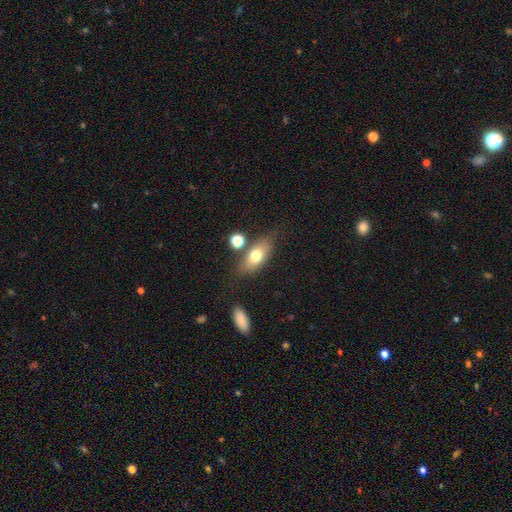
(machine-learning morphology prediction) Smooth or featured? Predicted: smooth (p=0.71). How rounded? Predicted: in between (p=0.77). Merging? Predicted: none (p=0.66).